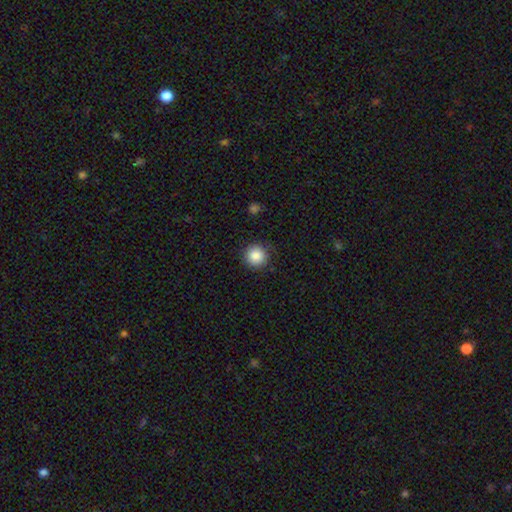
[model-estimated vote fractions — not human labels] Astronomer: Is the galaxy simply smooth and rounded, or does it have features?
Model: smooth — 86%.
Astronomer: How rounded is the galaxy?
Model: round — 95%.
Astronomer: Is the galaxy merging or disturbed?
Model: none — 87%.